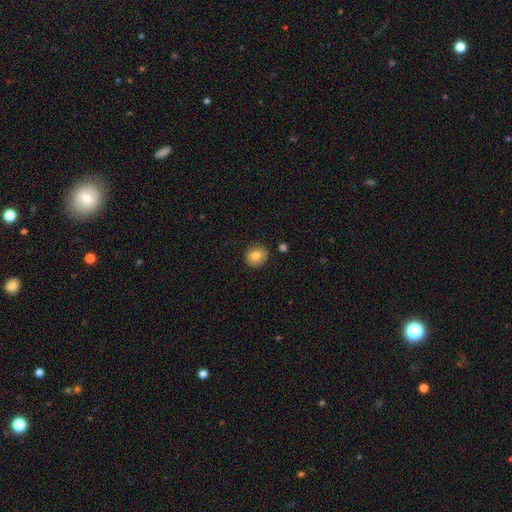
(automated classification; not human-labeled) This is likely a smooth galaxy (80%). How rounded: clearly round (87%). Merging: clearly none (86%).